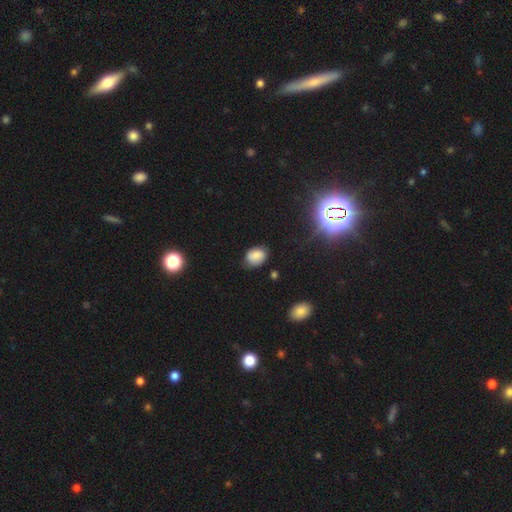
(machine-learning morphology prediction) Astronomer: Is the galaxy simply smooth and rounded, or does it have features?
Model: smooth — 76%.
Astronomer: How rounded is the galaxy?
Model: in between — 71%.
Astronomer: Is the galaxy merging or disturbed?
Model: none — 72%.